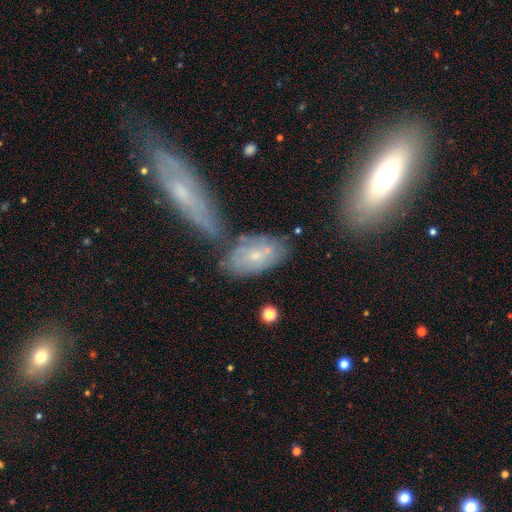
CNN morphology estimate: Smooth or featured?
  - smooth: 50% *
  - featured or disk: 43%
  - star or artifact: 8%
Merging?
  - none: 47% *
  - merger: 24%
  - minor disturbance: 19%
  - major disturbance: 9%